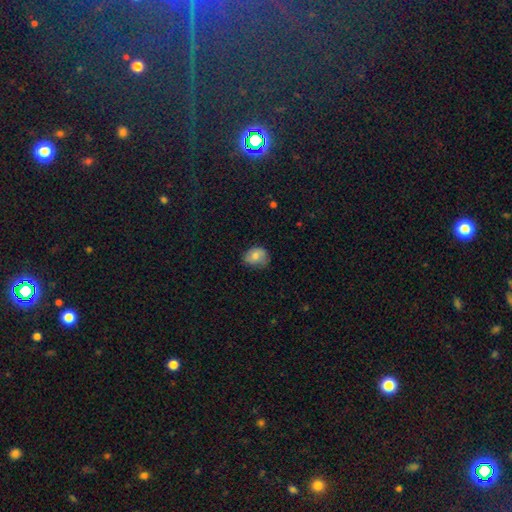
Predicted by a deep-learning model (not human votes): Smooth or featured: smooth — 75% (featured or disk — 17%)
How rounded: round — 52% (in between — 47%)
Merging: none — 60% (minor disturbance — 32%)